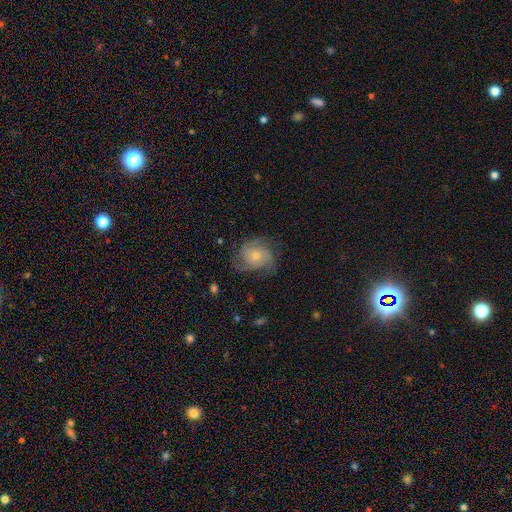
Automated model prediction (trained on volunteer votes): Smooth or featured?
  - featured or disk: 64% *
  - smooth: 28%
  - star or artifact: 8%
Edge-on disk?
  - no: 98% *
  - yes: 2%
Bar?
  - no: 81% *
  - weak: 16%
  - strong: 2%
Spiral arms?
  - yes: 91% *
  - no: 9%
Spiral winding?
  - medium: 45% *
  - tight: 37%
  - loose: 19%
Spiral arm count?
  - 3: 40% *
  - 2: 21%
  - can't tell: 18%
  - 4: 11%
  - 1: 5%
  - more than 4: 5%
Bulge size?
  - small: 57% *
  - moderate: 37%
  - large: 2%
  - none: 2%
  - dominant: 1%
Merging?
  - none: 64% *
  - minor disturbance: 23%
  - major disturbance: 11%
  - merger: 1%